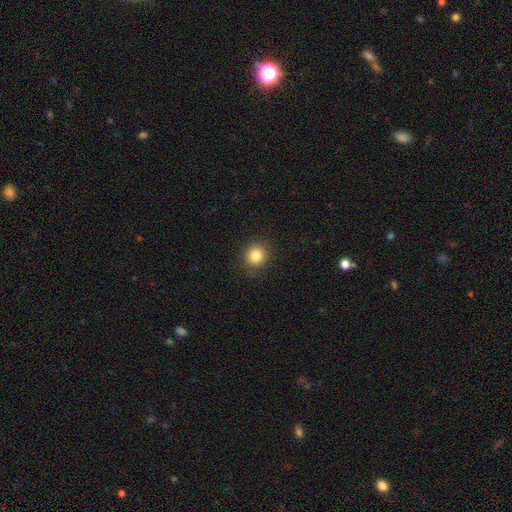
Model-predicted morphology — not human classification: type=smooth (84%); roundness=round (82%); merging=none (87%).